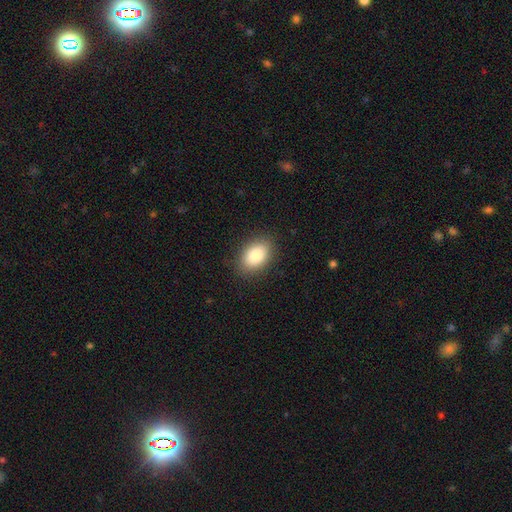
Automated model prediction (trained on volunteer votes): Morphology: type=smooth (85%); roundness=in between (86%); merging=none (86%).